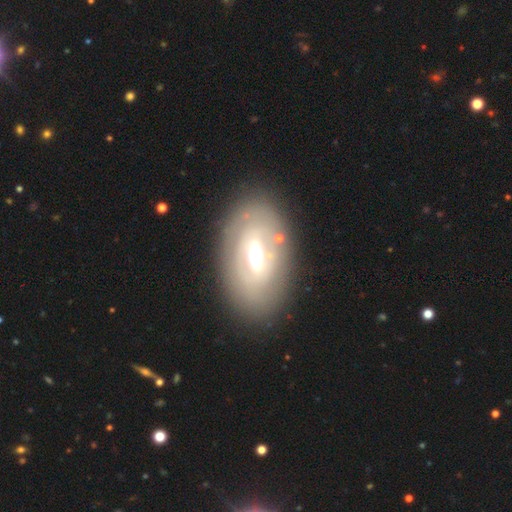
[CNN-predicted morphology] Smooth or featured?
  - featured or disk: 68% *
  - smooth: 25%
  - star or artifact: 7%
Edge-on disk?
  - no: 88% *
  - yes: 12%
Bar?
  - weak: 42% *
  - strong: 37%
  - no: 21%
Spiral arms?
  - no: 61% *
  - yes: 39%
Bulge size?
  - moderate: 65% *
  - small: 18%
  - large: 15%
  - dominant: 2%
  - none: 1%
Merging?
  - none: 81% *
  - minor disturbance: 12%
  - major disturbance: 5%
  - merger: 2%